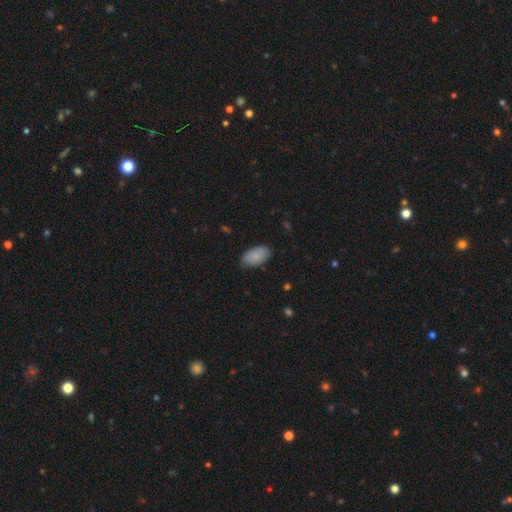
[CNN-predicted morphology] Smooth or featured? smooth (82%)
How rounded? in between (95%)
Merging? none (81%)